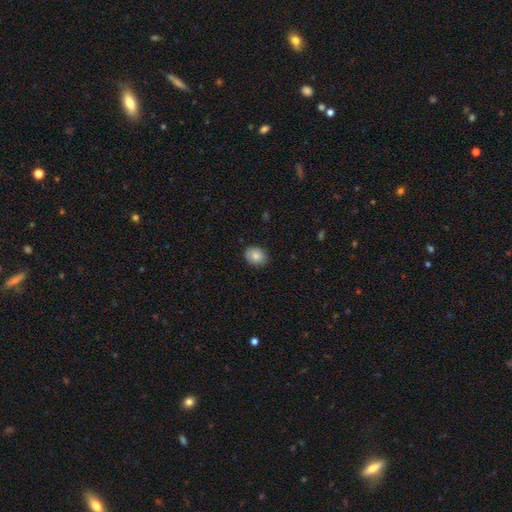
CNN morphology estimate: Overall: smooth (84%). How rounded: in between (56%; round 43%). Merging: none (87%).